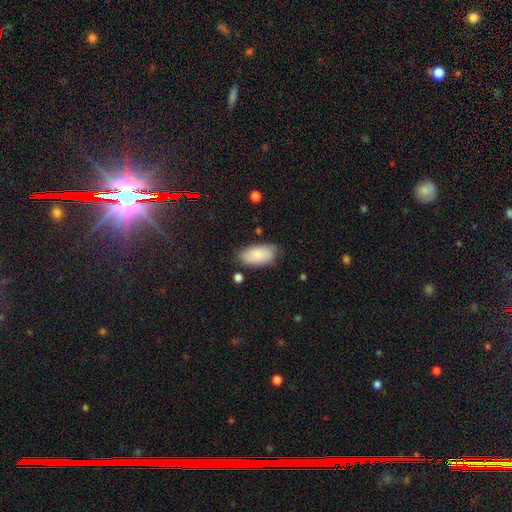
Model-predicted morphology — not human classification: Smooth or featured: smooth — 86% (featured or disk — 8%)
How rounded: in between — 94% (cigar-shaped — 4%)
Merging: none — 77% (minor disturbance — 17%)